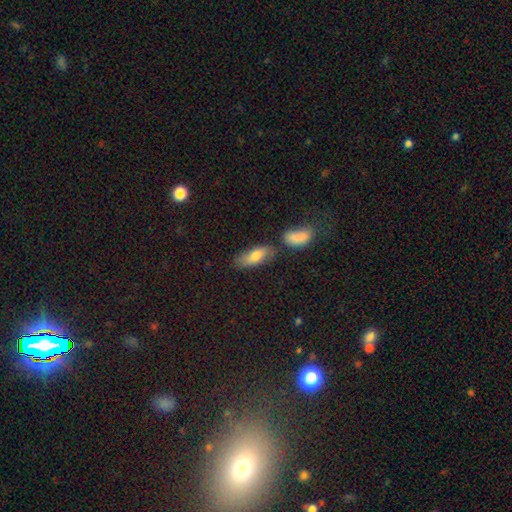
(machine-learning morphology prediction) The model was most divided on "merging": none: 63%, minor disturbance: 16%, merger: 16%, major disturbance: 5%. More confident: how rounded — in between (78%); smooth or featured — smooth (78%).